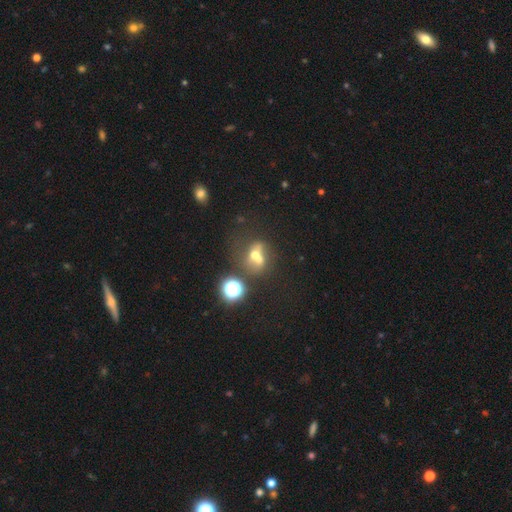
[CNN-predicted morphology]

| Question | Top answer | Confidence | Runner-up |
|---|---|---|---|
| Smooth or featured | smooth | 52% | featured or disk (27%) |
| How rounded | round | 62% | in between (35%) |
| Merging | merger | 52% | none (30%) |